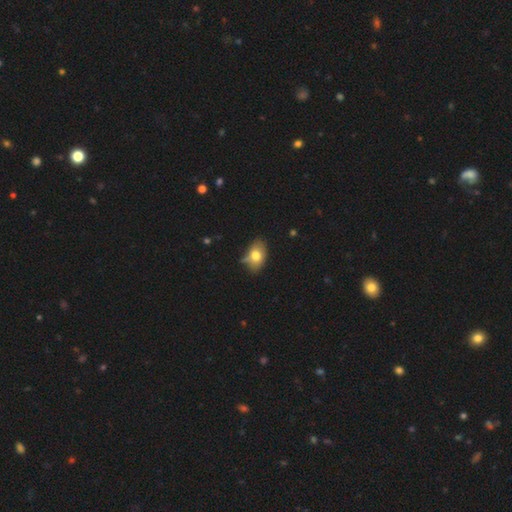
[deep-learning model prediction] The model was most divided on "merging": none: 58%, minor disturbance: 29%, major disturbance: 7%, merger: 6%. More confident: how rounded — in between (83%); smooth or featured — smooth (74%).